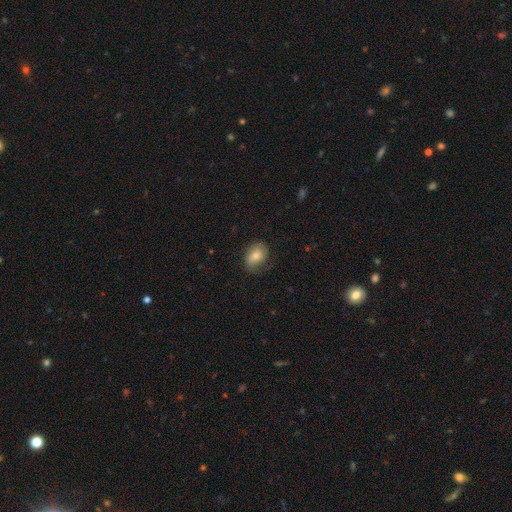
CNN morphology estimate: The model was most divided on "merging": none: 68%, minor disturbance: 22%, major disturbance: 9%, merger: 1%. More confident: how rounded — in between (74%); smooth or featured — smooth (70%).